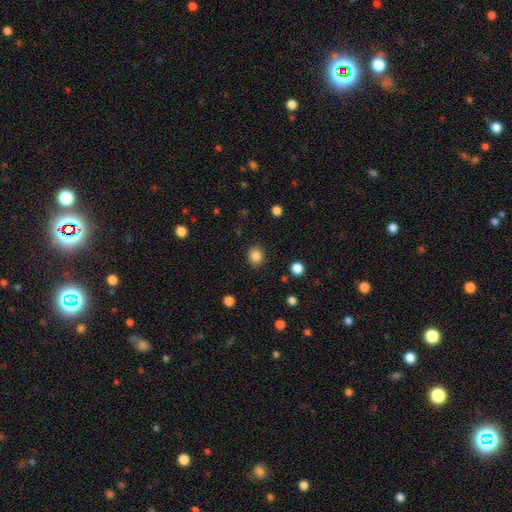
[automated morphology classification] smooth-or-featured: smooth: 86% | star or artifact: 11% | featured or disk: 4%
  how-rounded: round: 71% | in between: 29% | cigar-shaped: 1%
  merging: none: 88% | minor disturbance: 8% | major disturbance: 3% | merger: 1%